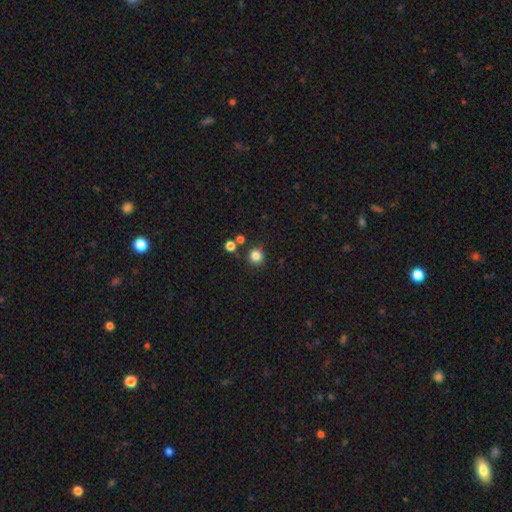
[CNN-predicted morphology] type=smooth (82%); roundness=round (92%); merging=none (80%).